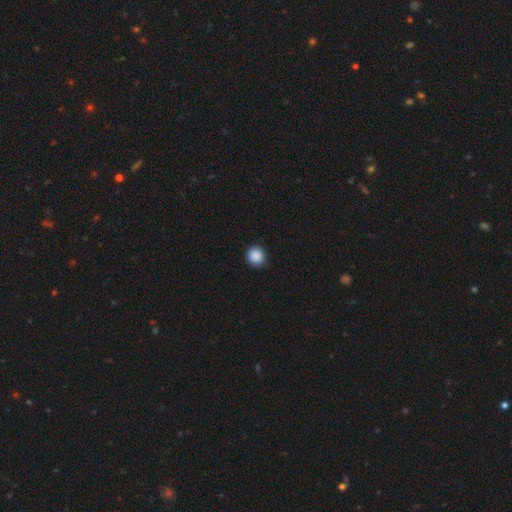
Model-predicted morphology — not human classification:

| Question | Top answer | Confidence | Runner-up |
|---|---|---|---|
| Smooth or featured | smooth | 89% | star or artifact (9%) |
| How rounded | round | 93% | in between (6%) |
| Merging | none | 90% | minor disturbance (7%) |